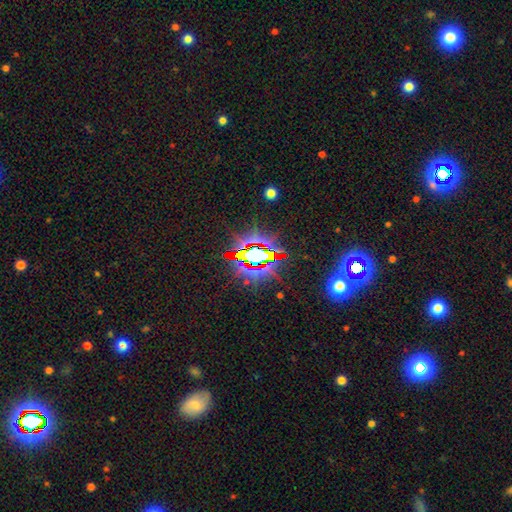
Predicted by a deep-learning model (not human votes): A star or artifact, not a galaxy (76%).

Vote fractions:
- Smooth or featured? star or artifact: 76% / smooth: 13% / featured or disk: 11%